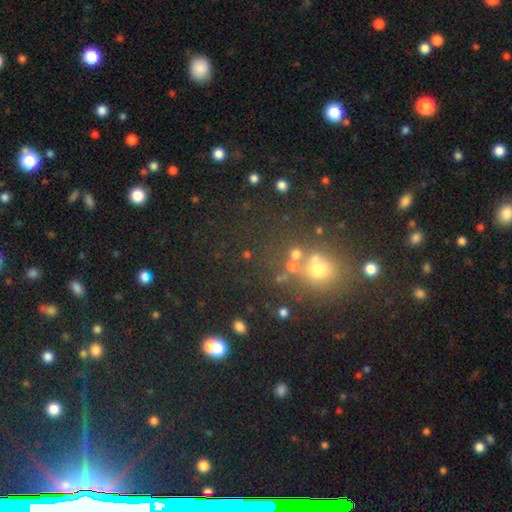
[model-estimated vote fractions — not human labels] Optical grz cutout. It shows a star or artifact, not a galaxy (56%).